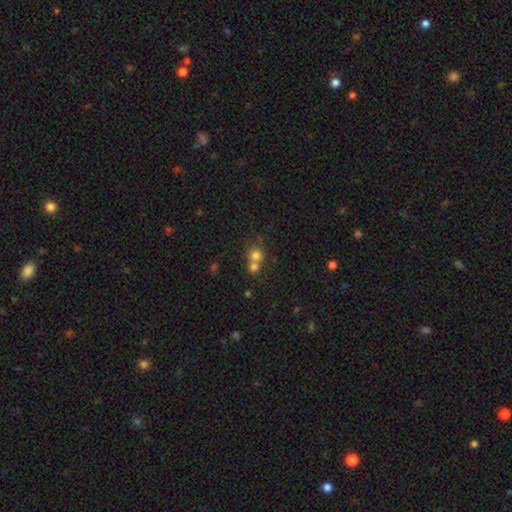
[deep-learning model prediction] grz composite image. It shows a smooth galaxy with no disk features (74%) that is round (87%). Merging: merger (54%).